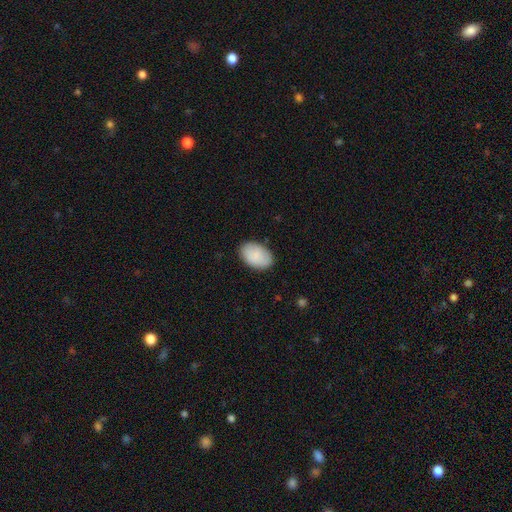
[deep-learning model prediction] Q: Smooth or featured?
A: smooth (89%); runner-up: star or artifact (6%)
Q: How rounded?
A: in between (90%); runner-up: round (9%)
Q: Merging?
A: none (84%); runner-up: minor disturbance (12%)